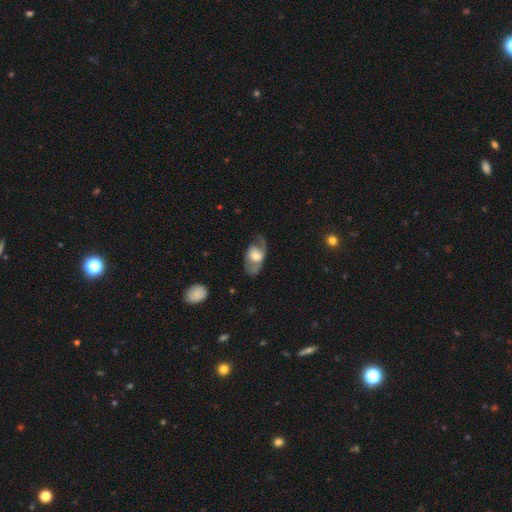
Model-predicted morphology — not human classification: Smooth or featured: featured or disk — 56% (smooth — 37%)
Edge-on disk: no — 91% (yes — 9%)
Bar: no — 60% (weak — 31%)
Spiral arms: yes — 72% (no — 28%)
Bulge size: moderate — 54% (large — 25%)
Merging: none — 51% (minor disturbance — 24%)